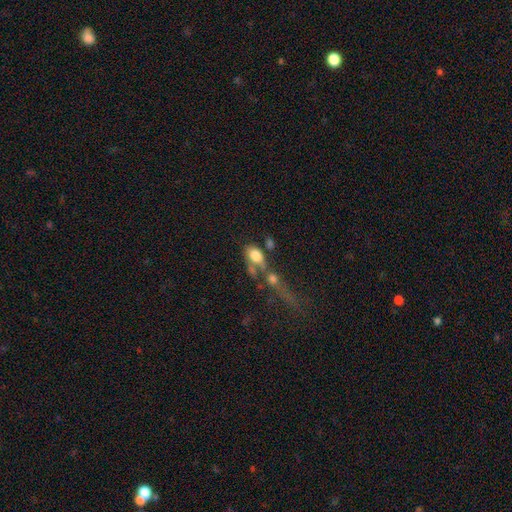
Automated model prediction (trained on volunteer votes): Smooth or featured? Predicted: smooth (p=0.74). How rounded? Predicted: in between (p=0.82). Merging? Predicted: merger (p=0.46).